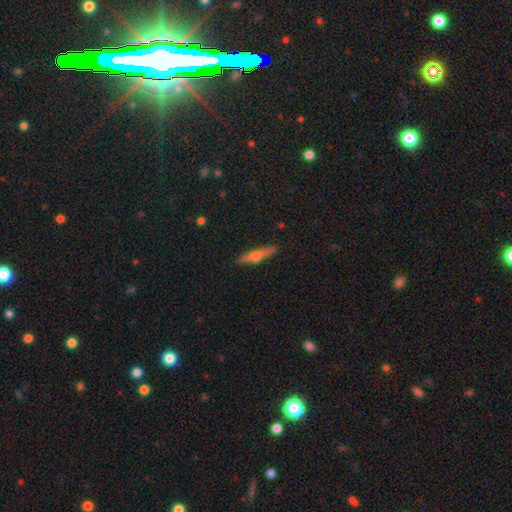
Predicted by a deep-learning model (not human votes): This is possibly a featured or disk galaxy (57%). It is clearly viewed edge-on (95%). Edge-on bulge: clearly rounded (92%). Merging: clearly none (88%).